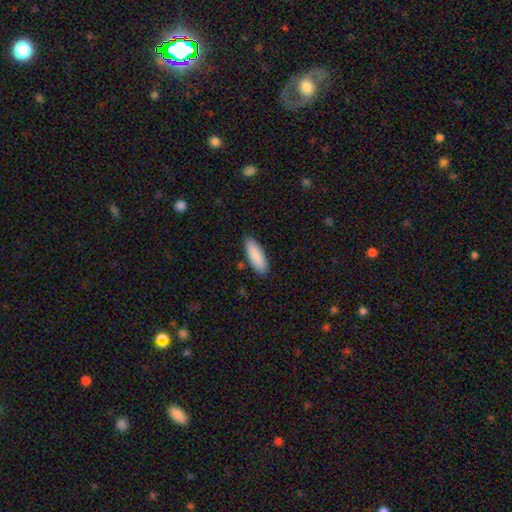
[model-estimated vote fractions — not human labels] The model was most divided on "how rounded": in between: 61%, cigar-shaped: 37%, round: 1%. More confident: smooth or featured — smooth (88%); merging — none (87%).